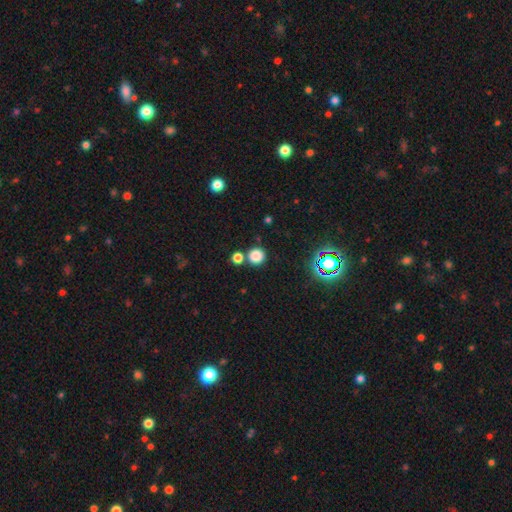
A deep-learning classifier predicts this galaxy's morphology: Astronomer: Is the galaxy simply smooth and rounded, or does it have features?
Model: smooth — 80%.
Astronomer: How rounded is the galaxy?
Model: round — 93%.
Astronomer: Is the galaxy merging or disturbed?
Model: none — 75%.